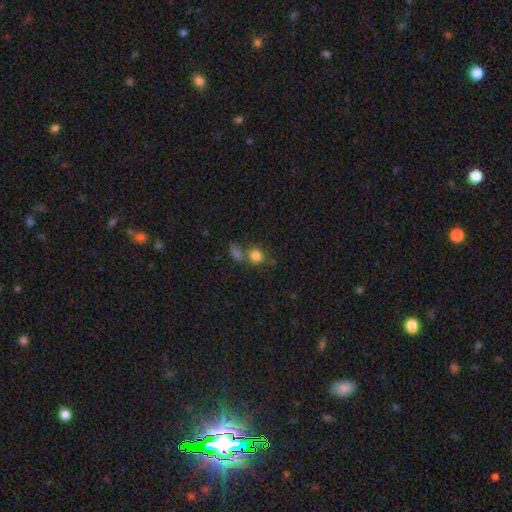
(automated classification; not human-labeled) smooth 81%, star or artifact 12%, featured or disk 7%. Down the decision tree: how rounded — round (78%); merging — none (52%).